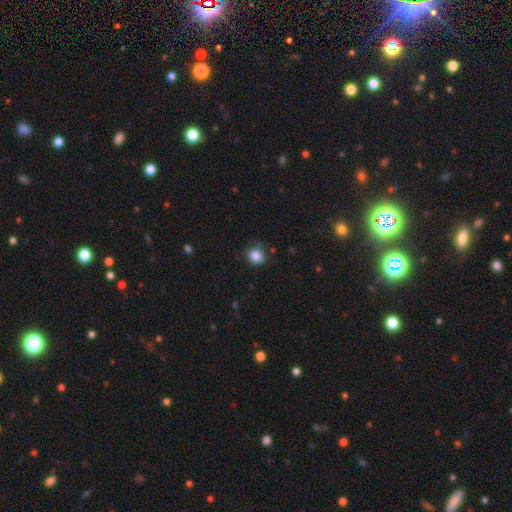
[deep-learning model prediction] Smooth or featured?
  - smooth: 85% *
  - star or artifact: 10%
  - featured or disk: 5%
How rounded?
  - round: 69% *
  - in between: 30%
  - cigar-shaped: 1%
Merging?
  - none: 71% *
  - minor disturbance: 21%
  - major disturbance: 5%
  - merger: 3%